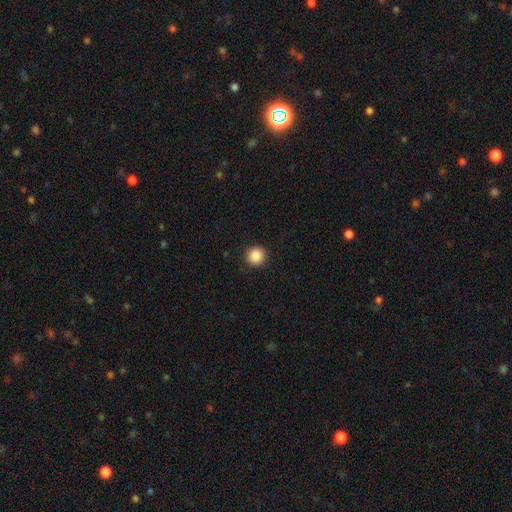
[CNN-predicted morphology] Smooth or featured?
  - smooth: 88% *
  - star or artifact: 10%
  - featured or disk: 3%
How rounded?
  - round: 95% *
  - in between: 4%
  - cigar-shaped: 1%
Merging?
  - none: 92% *
  - minor disturbance: 5%
  - major disturbance: 2%
  - merger: 1%